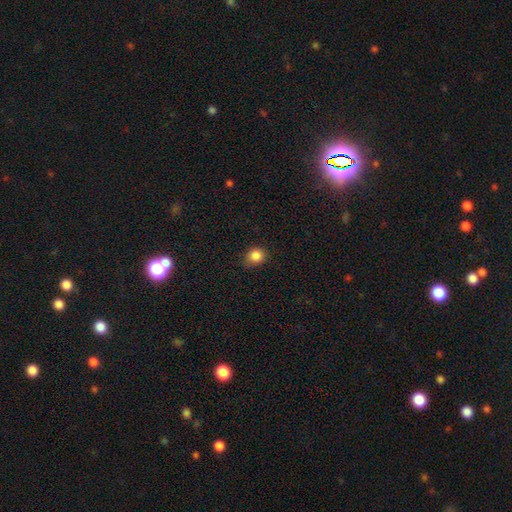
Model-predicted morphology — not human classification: Overall: smooth (85%). How rounded: round (72%). Merging: none (71%).